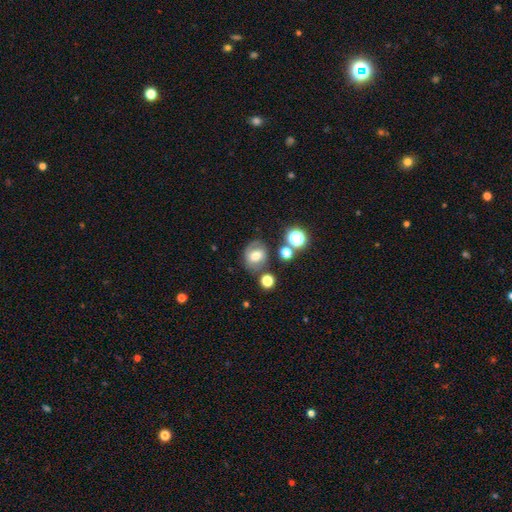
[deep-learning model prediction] The model was most divided on "how rounded": round: 58%, in between: 41%, cigar-shaped: 1%. More confident: merging — none (66%); smooth or featured — smooth (54%).